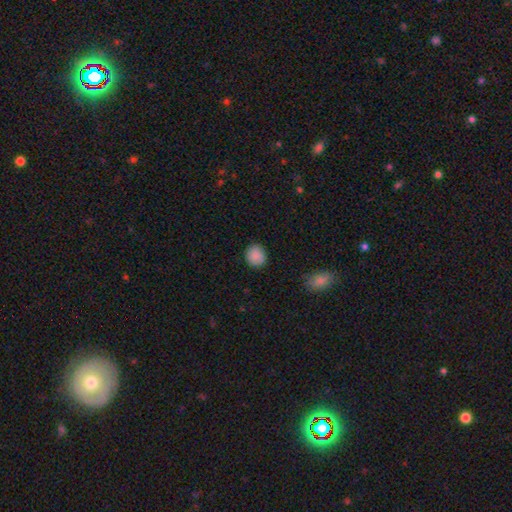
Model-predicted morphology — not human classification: Smooth or featured? Predicted: smooth (p=0.88). How rounded? Predicted: round (p=0.84). Merging? Predicted: none (p=0.88).